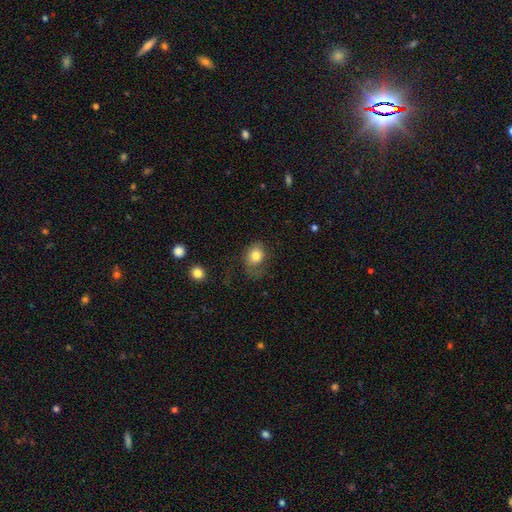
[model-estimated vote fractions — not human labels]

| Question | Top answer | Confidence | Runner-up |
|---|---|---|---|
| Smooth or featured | smooth | 79% | featured or disk (12%) |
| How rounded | in between | 53% | round (46%) |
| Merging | none | 49% | minor disturbance (26%) |